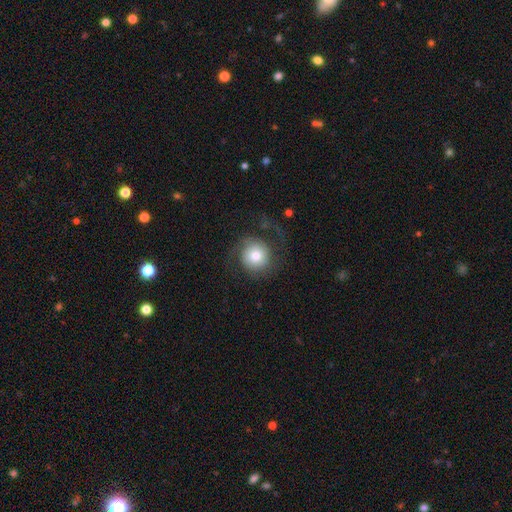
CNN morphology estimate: The model was most divided on "smooth or featured": smooth: 54%, featured or disk: 37%, star or artifact: 9%. More confident: how rounded — round (92%); merging — none (62%).